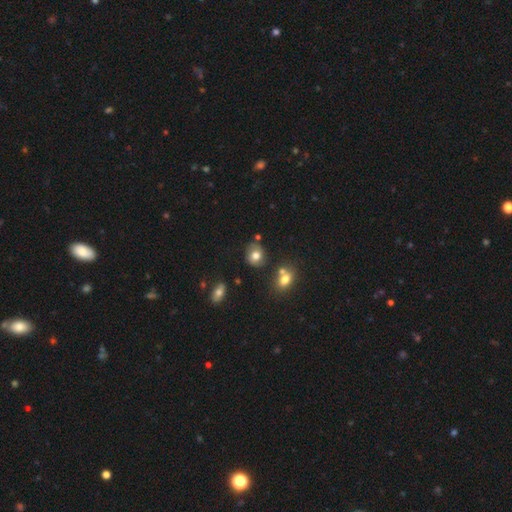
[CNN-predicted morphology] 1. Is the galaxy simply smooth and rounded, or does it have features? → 76% smooth, 12% featured or disk, 12% star or artifact.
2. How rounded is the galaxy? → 70% round, 29% in between, 1% cigar-shaped.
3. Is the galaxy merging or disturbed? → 72% none, 16% minor disturbance, 8% merger, 4% major disturbance.